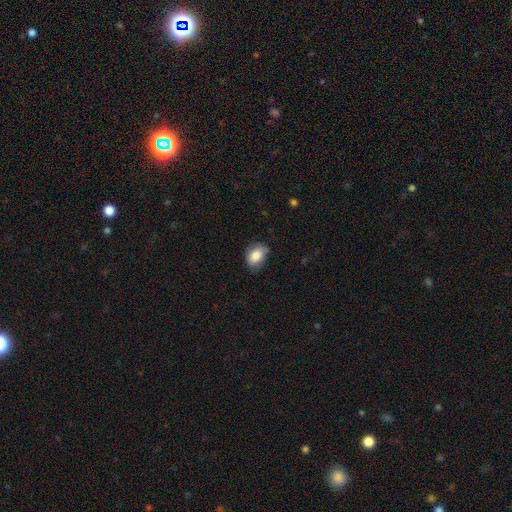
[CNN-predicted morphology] smooth-or-featured: smooth: 83% | featured or disk: 9% | star or artifact: 8%
  how-rounded: in between: 75% | round: 24% | cigar-shaped: 1%
  merging: none: 66% | minor disturbance: 27% | major disturbance: 6% | merger: 1%